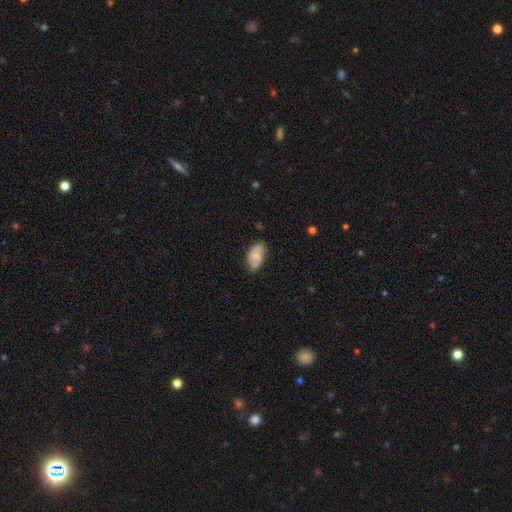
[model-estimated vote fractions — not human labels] Overall: smooth (51%; featured or disk 41%). How rounded: in between (92%). Merging: none (72%).